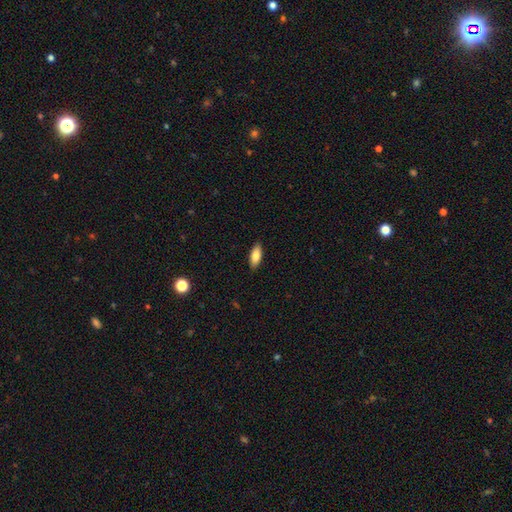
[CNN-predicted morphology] Smooth or featured? smooth (84%)
How rounded? in between (82%)
Merging? none (89%)